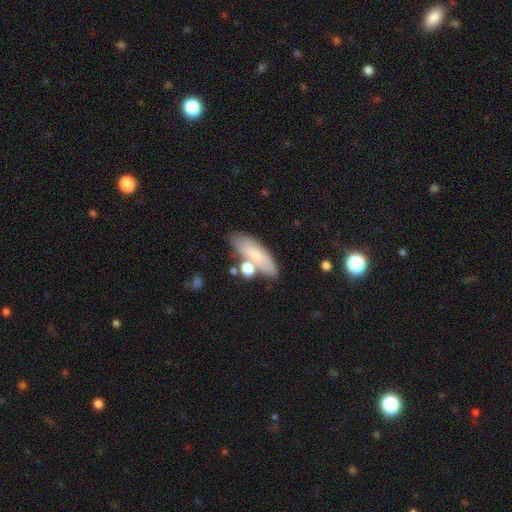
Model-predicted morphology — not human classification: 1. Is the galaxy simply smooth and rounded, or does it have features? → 68% smooth, 24% featured or disk, 8% star or artifact.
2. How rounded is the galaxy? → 63% in between, 33% cigar-shaped, 4% round.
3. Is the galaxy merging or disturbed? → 61% none, 17% merger, 16% minor disturbance, 6% major disturbance.